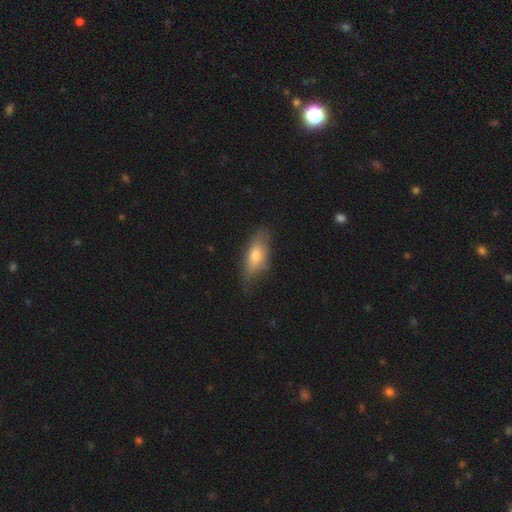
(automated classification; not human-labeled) This is likely a smooth galaxy (65%). How rounded: likely in between (71%). Merging: likely none (67%).